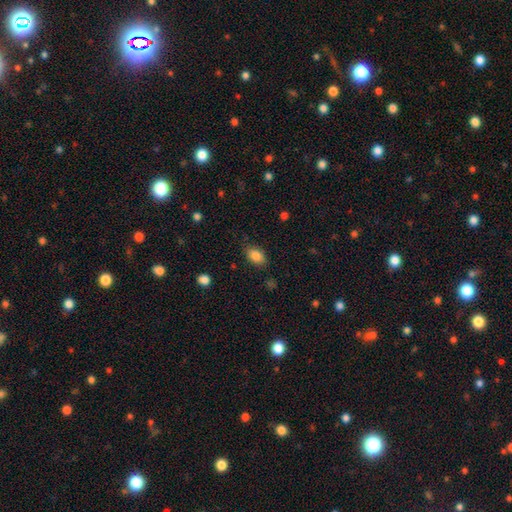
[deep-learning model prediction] Q: Smooth or featured?
A: smooth (85%); runner-up: star or artifact (9%)
Q: How rounded?
A: in between (87%); runner-up: round (11%)
Q: Merging?
A: none (82%); runner-up: minor disturbance (13%)